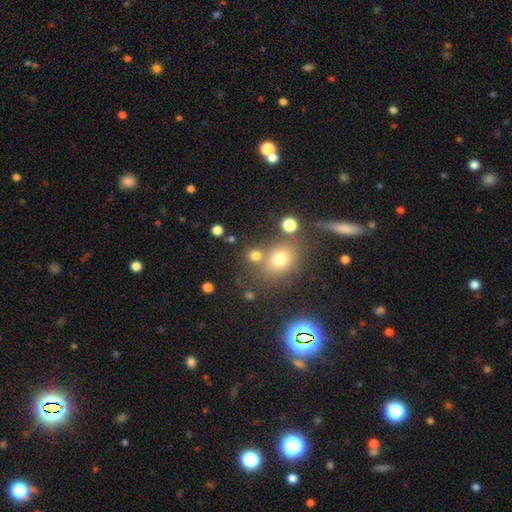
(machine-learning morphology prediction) Smooth or featured? Predicted: smooth (p=0.70). How rounded? Predicted: round (p=0.72). Merging? Predicted: none (p=0.64).